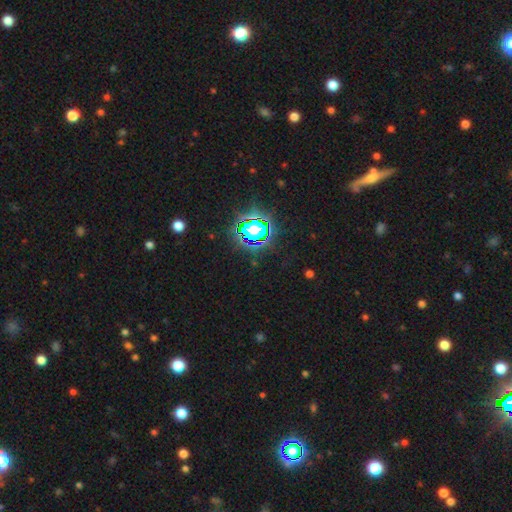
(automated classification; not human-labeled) Morphology: type=star or artifact (77%).